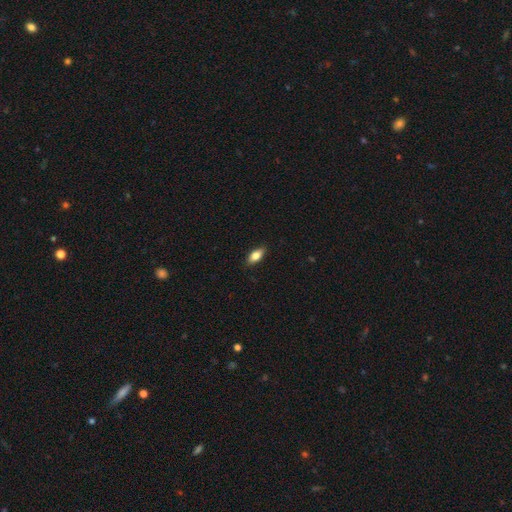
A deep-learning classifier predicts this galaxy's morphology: smooth-or-featured: smooth: 79% | featured or disk: 14% | star or artifact: 7%
  how-rounded: in between: 84% | cigar-shaped: 12% | round: 3%
  merging: none: 88% | minor disturbance: 9% | major disturbance: 2% | merger: 1%